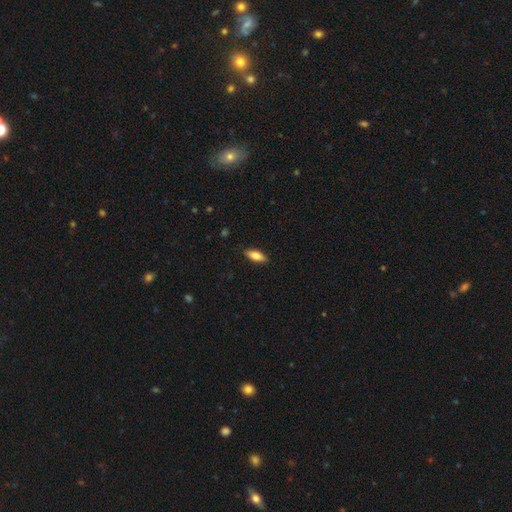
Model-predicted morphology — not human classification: The model was most divided on "how rounded": in between: 76%, cigar-shaped: 22%, round: 2%. More confident: merging — none (88%); smooth or featured — smooth (79%).